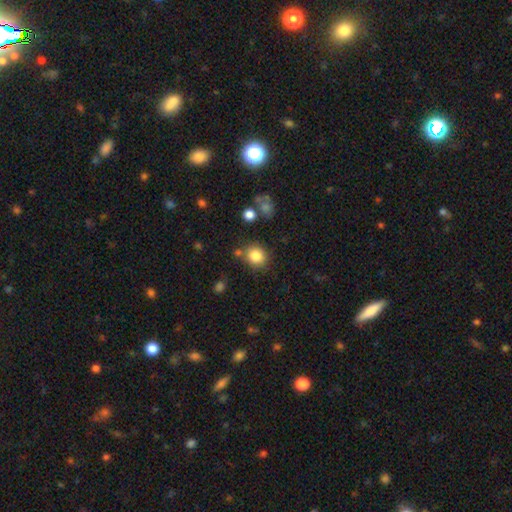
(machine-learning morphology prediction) Smooth or featured?
  - smooth: 83% *
  - star or artifact: 10%
  - featured or disk: 6%
How rounded?
  - round: 77% *
  - in between: 23%
  - cigar-shaped: 1%
Merging?
  - none: 77% *
  - minor disturbance: 12%
  - merger: 8%
  - major disturbance: 4%